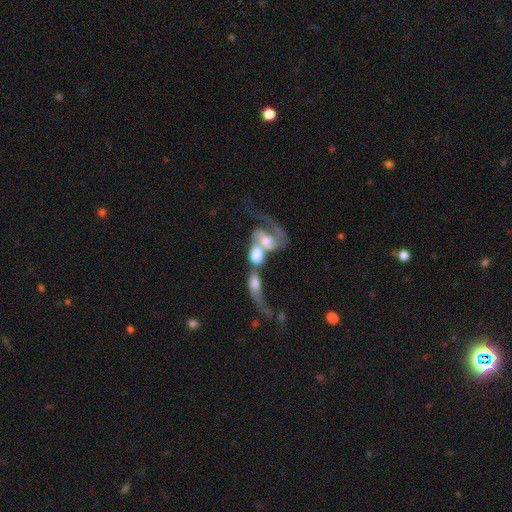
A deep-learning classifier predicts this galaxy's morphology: smooth-or-featured: featured or disk: 57% | smooth: 35% | star or artifact: 9%
  disk-edge-on: no: 92% | yes: 8%
    bar: no: 71% | weak: 21% | strong: 8%
    has-spiral-arms: yes: 63% | no: 37%
    bulge-size: large: 33% | moderate: 29% | none: 17% | small: 13% | dominant: 8%
  merging: merger: 80% | major disturbance: 11% | none: 6% | minor disturbance: 4%